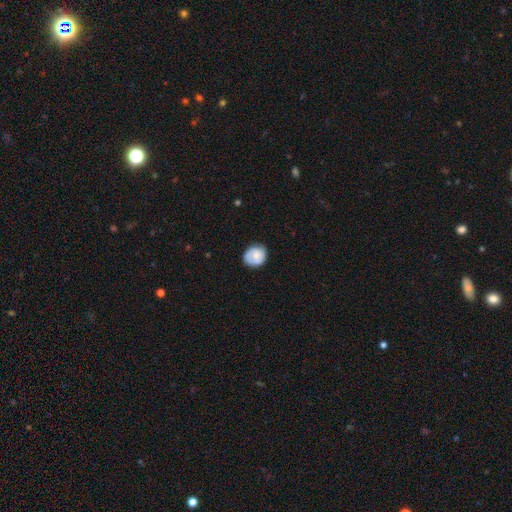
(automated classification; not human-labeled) Smooth or featured: smooth — 68% (featured or disk — 25%)
How rounded: round — 76% (in between — 23%)
Merging: none — 72% (minor disturbance — 21%)